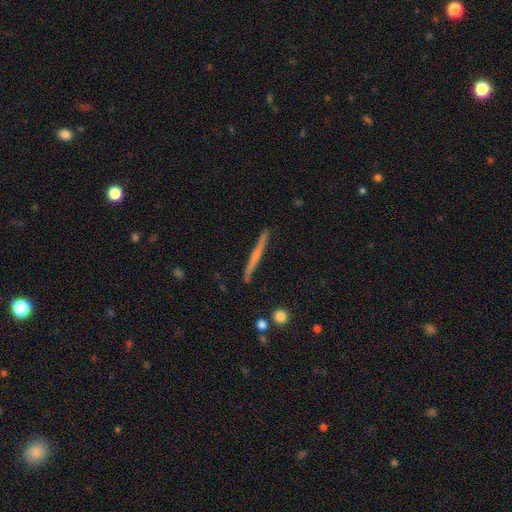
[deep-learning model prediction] Smooth or featured? Predicted: featured or disk (p=0.59). Edge-on disk? Predicted: yes (p=0.98). Edge-on bulge? Predicted: none (p=0.56). Merging? Predicted: none (p=0.90).